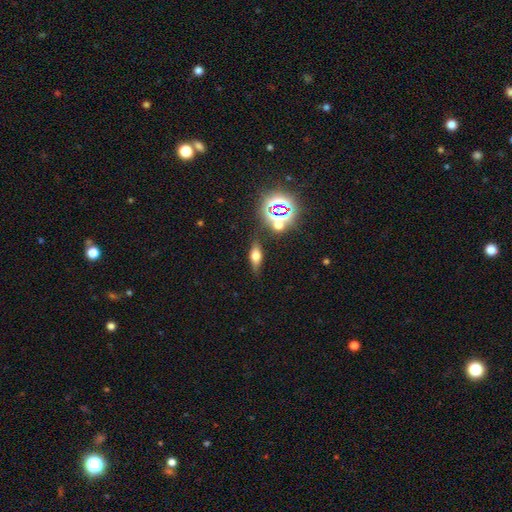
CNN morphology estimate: Smooth or featured? Predicted: smooth (p=0.46). Merging? Predicted: none (p=0.81).